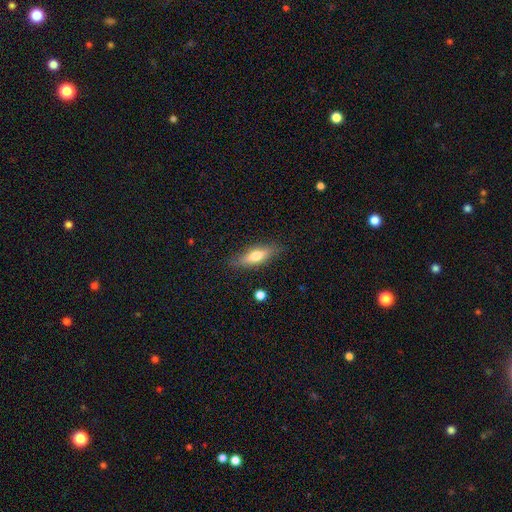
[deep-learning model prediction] smooth 55%, featured or disk 38%, star or artifact 7%. Down the decision tree: how rounded — cigar-shaped (52%); merging — none (84%).